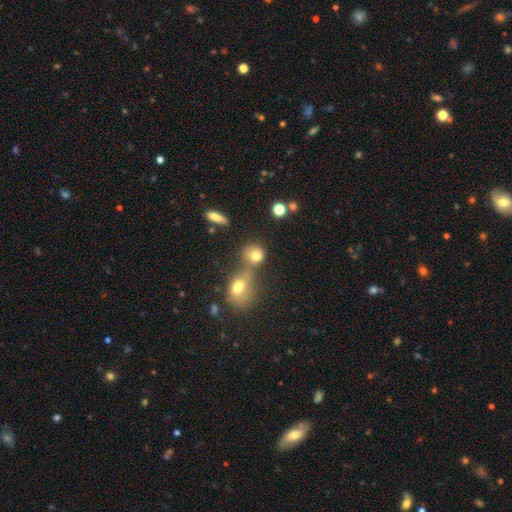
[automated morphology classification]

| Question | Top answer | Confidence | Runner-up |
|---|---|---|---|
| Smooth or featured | smooth | 77% | star or artifact (13%) |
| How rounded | round | 77% | in between (21%) |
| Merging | merger | 45% | none (40%) |